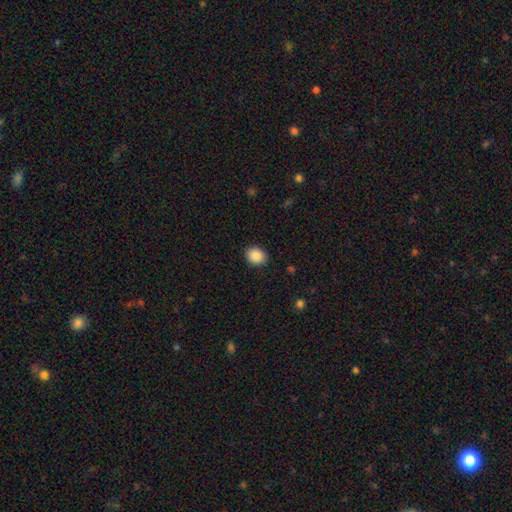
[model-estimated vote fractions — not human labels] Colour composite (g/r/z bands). It shows a smooth galaxy with no disk features (89%) that is round (59%). Merging: none (89%).